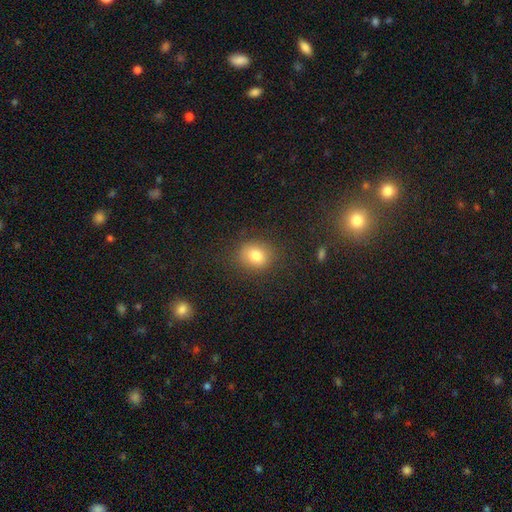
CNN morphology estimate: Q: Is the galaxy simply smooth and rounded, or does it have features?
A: smooth — 80%.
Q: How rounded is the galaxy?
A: round — 61%.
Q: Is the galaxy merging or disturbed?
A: none — 84%.